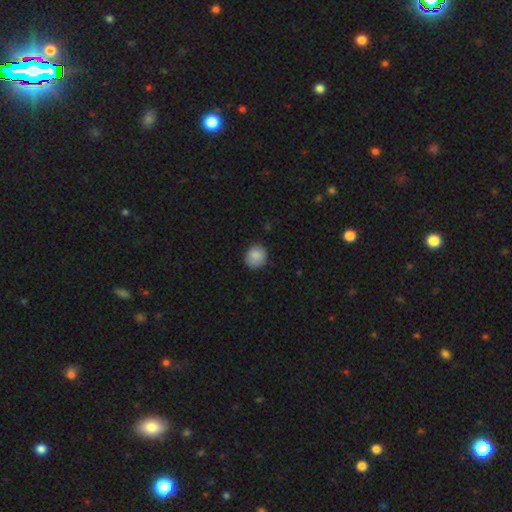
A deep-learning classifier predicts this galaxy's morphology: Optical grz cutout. It shows a smooth galaxy with no disk features (87%) that is round (81%). Merging: none (83%).